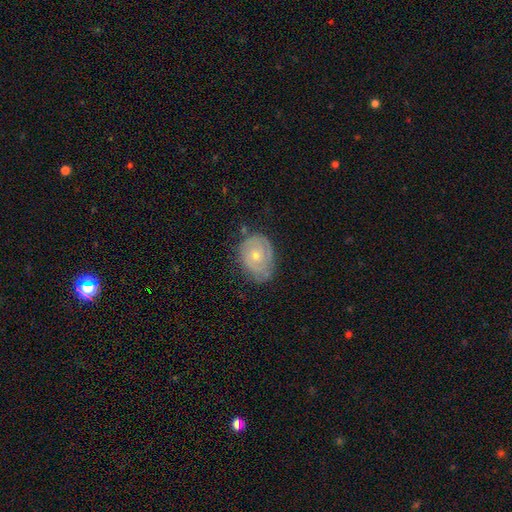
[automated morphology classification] smooth_or_featured: featured or disk (p=0.59) [alt: smooth p=0.33]
disk_edge_on: no (p=0.96) [alt: yes p=0.04]
bar: no (p=0.86) [alt: weak p=0.12]
has_spiral_arms: yes (p=0.63) [alt: no p=0.37]
bulge_size: small (p=0.50) [alt: moderate p=0.46]
merging: none (p=0.63) [alt: minor disturbance p=0.27]